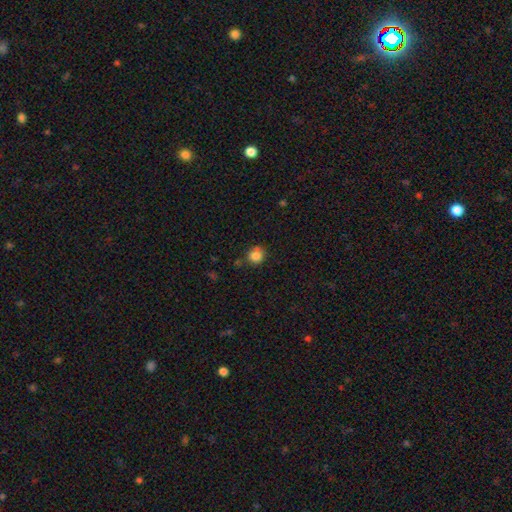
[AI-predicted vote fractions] A smooth galaxy with no disk features (84%) that is round (87%). Merging: none (77%).